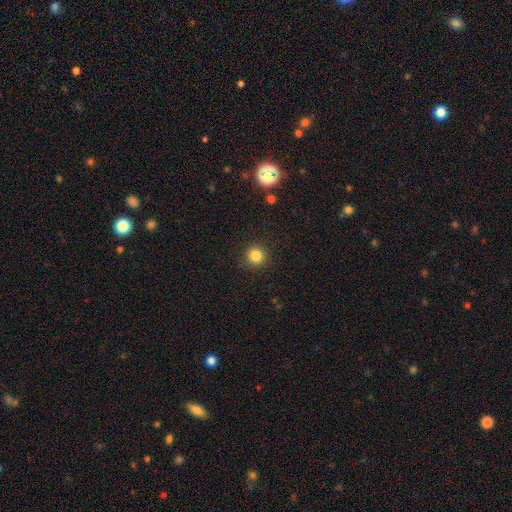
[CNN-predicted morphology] Smooth or featured?
  - smooth: 84% *
  - star or artifact: 12%
  - featured or disk: 4%
How rounded?
  - round: 94% *
  - in between: 5%
  - cigar-shaped: 1%
Merging?
  - none: 91% *
  - minor disturbance: 5%
  - major disturbance: 2%
  - merger: 1%